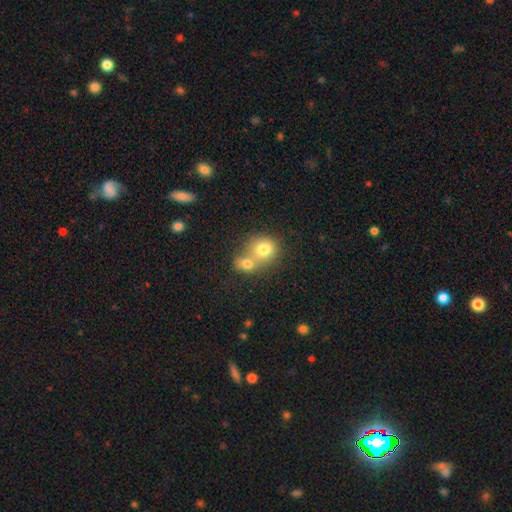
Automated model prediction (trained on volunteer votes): This appears to be a smooth galaxy with no disk features (70%) that is round (83%). Merging: merger (51%).